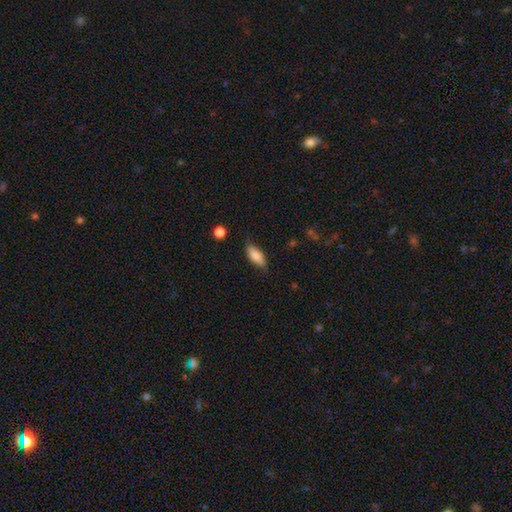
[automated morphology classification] smooth 83%, featured or disk 10%, star or artifact 7%. Down the decision tree: how rounded — in between (78%); merging — none (80%).